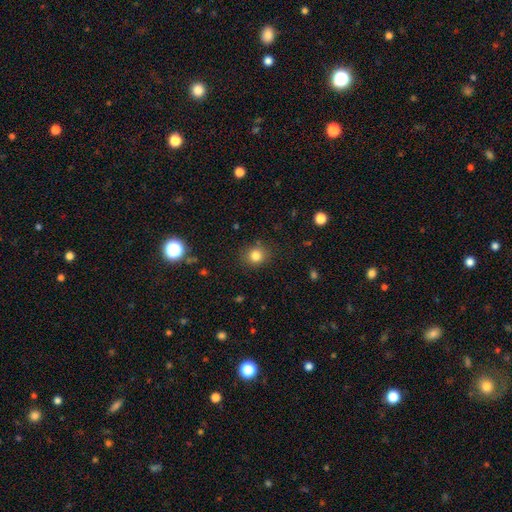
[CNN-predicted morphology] Q: Smooth or featured?
A: smooth (81%); runner-up: star or artifact (13%)
Q: How rounded?
A: round (82%); runner-up: in between (17%)
Q: Merging?
A: none (85%); runner-up: minor disturbance (10%)